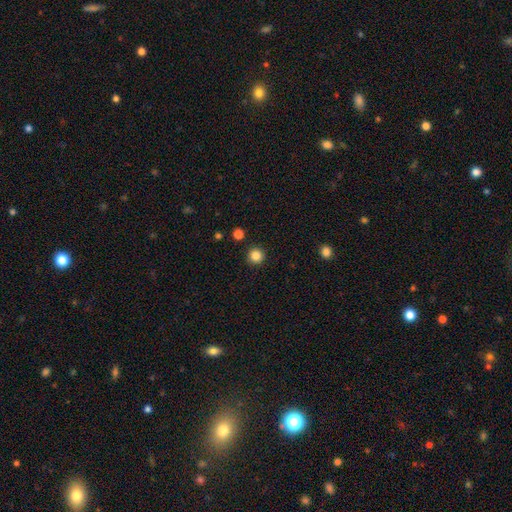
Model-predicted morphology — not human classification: Smooth or featured: smooth — 85% (star or artifact — 11%)
How rounded: round — 96% (in between — 3%)
Merging: none — 93% (minor disturbance — 4%)